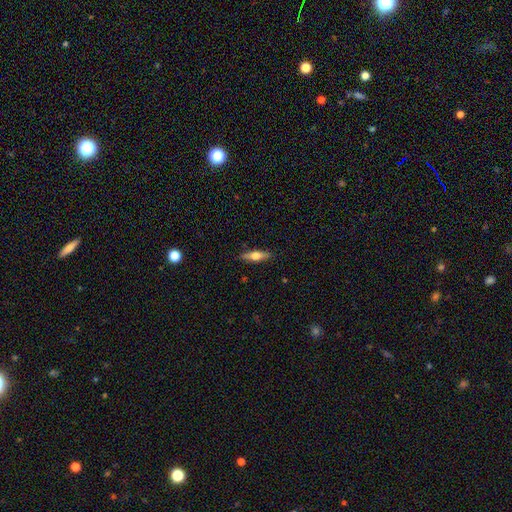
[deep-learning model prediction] featured or disk 49%, smooth 45%, star or artifact 6%. Down the decision tree: merging — none (89%).